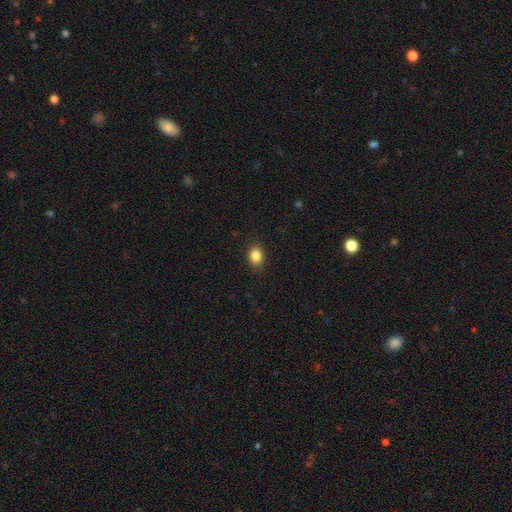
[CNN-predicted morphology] Overall: smooth (85%). How rounded: in between (59%; round 40%). Merging: none (88%).